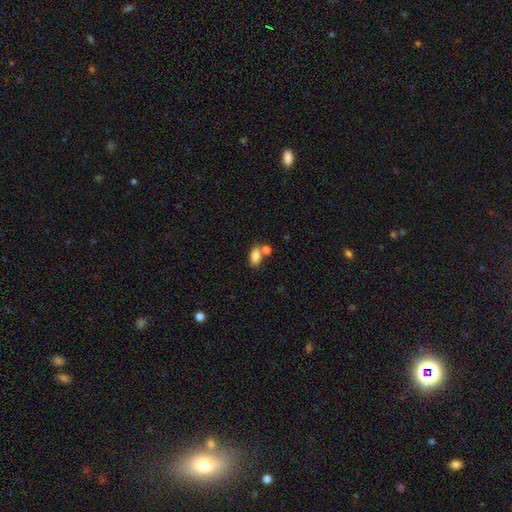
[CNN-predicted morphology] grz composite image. It shows a smooth galaxy with no disk features (83%) that is in between round and cigar-shaped (89%). Merging: none (51%).